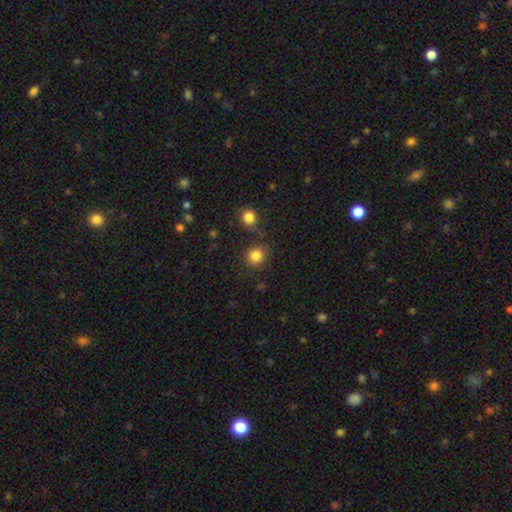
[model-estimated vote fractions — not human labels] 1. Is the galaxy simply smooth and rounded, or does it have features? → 84% smooth, 11% star or artifact, 4% featured or disk.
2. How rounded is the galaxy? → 80% round, 19% in between, 1% cigar-shaped.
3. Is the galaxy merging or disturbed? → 78% none, 11% minor disturbance, 7% merger, 4% major disturbance.